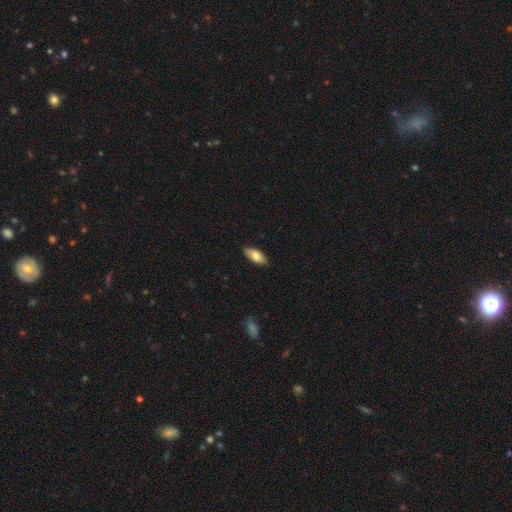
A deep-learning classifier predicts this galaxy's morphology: smooth-or-featured: smooth: 79% | featured or disk: 15% | star or artifact: 6%
  how-rounded: in between: 87% | cigar-shaped: 11% | round: 2%
  merging: none: 88% | minor disturbance: 9% | major disturbance: 2% | merger: 1%